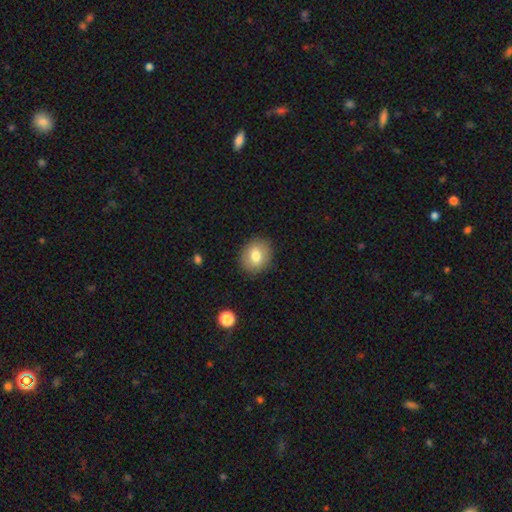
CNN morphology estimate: Smooth or featured? Predicted: smooth (p=0.76). How rounded? Predicted: round (p=0.64). Merging? Predicted: none (p=0.87).